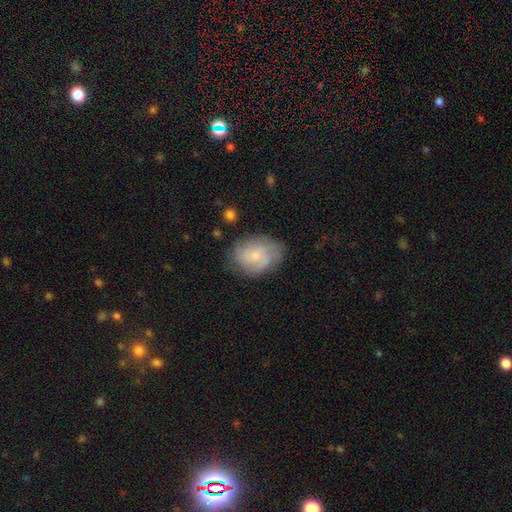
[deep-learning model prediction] A smooth galaxy with no disk features (55%) that is in between round and cigar-shaped (73%). Merging: none (69%).